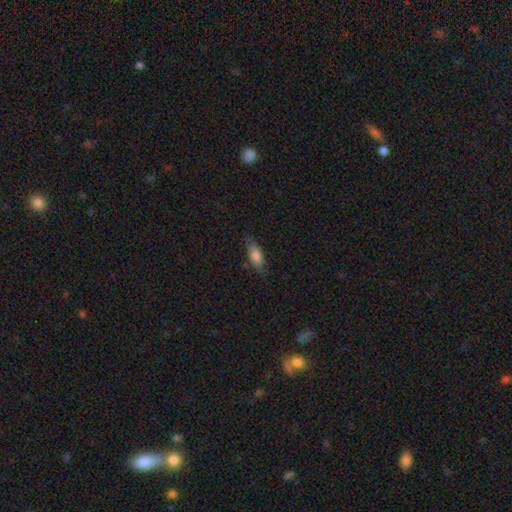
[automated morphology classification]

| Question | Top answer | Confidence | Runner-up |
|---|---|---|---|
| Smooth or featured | smooth | 77% | featured or disk (16%) |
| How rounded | in between | 77% | cigar-shaped (20%) |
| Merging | none | 71% | minor disturbance (22%) |